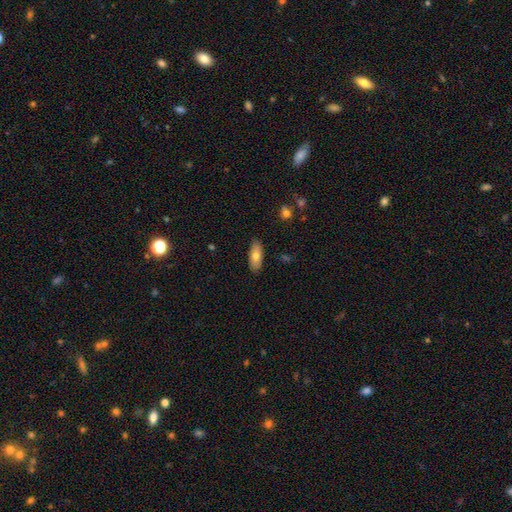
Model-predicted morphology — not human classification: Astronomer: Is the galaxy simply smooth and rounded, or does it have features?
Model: smooth — 73%.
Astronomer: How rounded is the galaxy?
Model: in between — 81%.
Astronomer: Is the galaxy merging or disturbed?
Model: none — 87%.